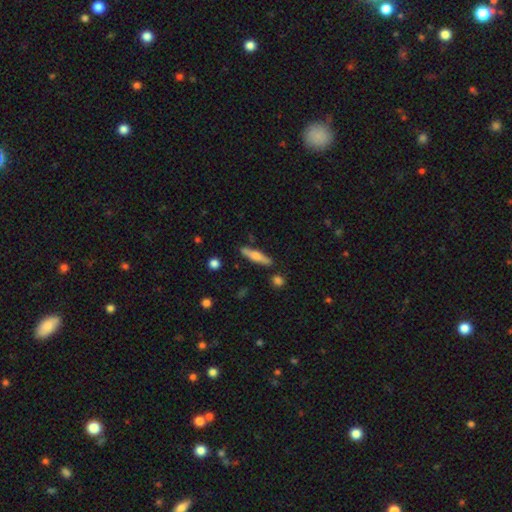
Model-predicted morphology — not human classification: smooth-or-featured: smooth: 50% | featured or disk: 43% | star or artifact: 6%
  how-rounded: cigar-shaped: 81% | in between: 17% | round: 2%
  merging: none: 83% | minor disturbance: 11% | merger: 4% | major disturbance: 2%